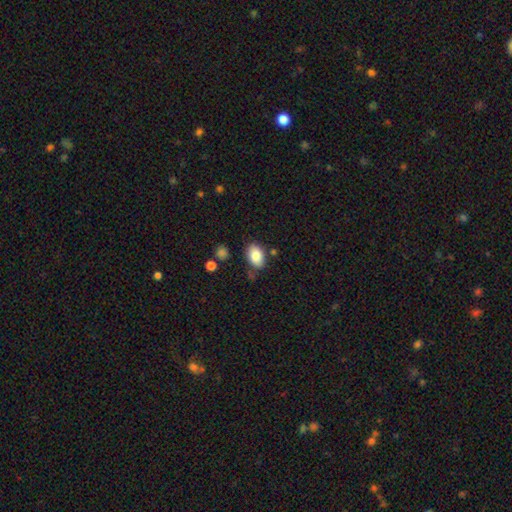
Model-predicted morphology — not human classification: A smooth galaxy with no disk features (85%) that is in between round and cigar-shaped (88%). Merging: none (74%).